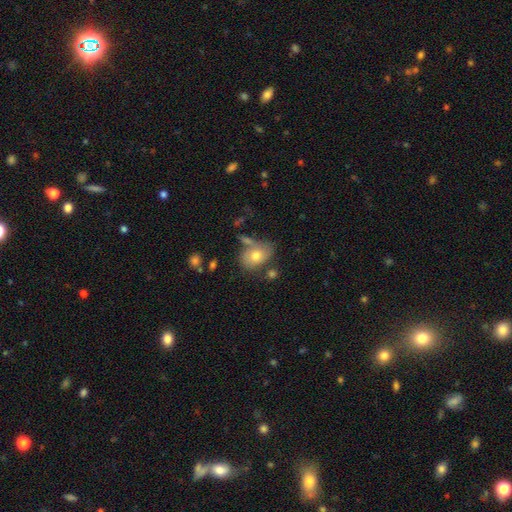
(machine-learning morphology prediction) Overall: smooth (69%). How rounded: in between (71%). Merging: none (53%; minor disturbance 22%).